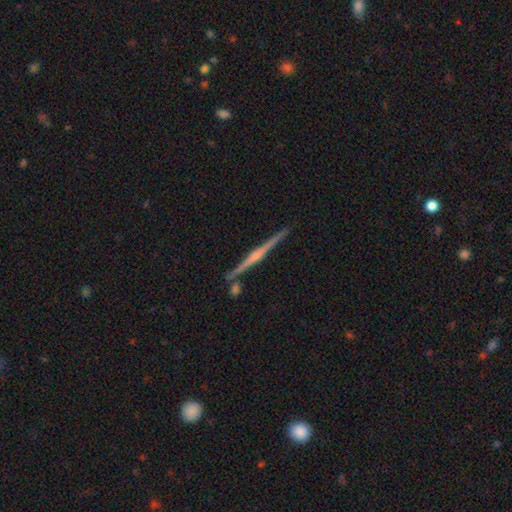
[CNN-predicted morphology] A featured or disk galaxy (83%) viewed edge-on (99%) with a rounded central bulge (75%).

Vote fractions:
- Smooth or featured? featured or disk: 83% / smooth: 12% / star or artifact: 6%
- Edge-on disk? yes: 99% / no: 1%
- Edge-on bulge? rounded: 75% / none: 15% / boxy: 9%
- Merging? none: 87% / minor disturbance: 7% / merger: 5% / major disturbance: 2%